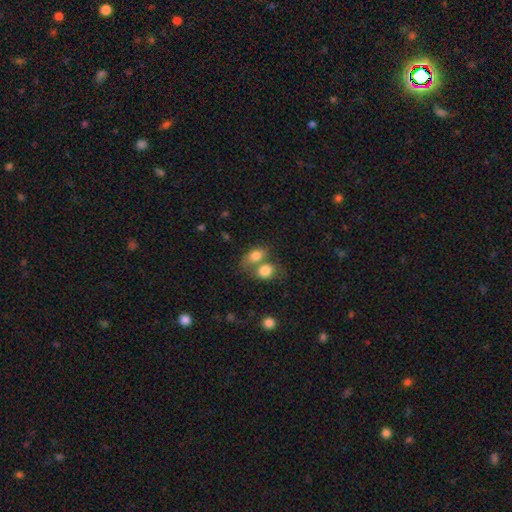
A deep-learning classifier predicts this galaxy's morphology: Q: Smooth or featured?
A: smooth (80%); runner-up: featured or disk (11%)
Q: How rounded?
A: in between (78%); runner-up: round (20%)
Q: Merging?
A: merger (57%); runner-up: none (29%)